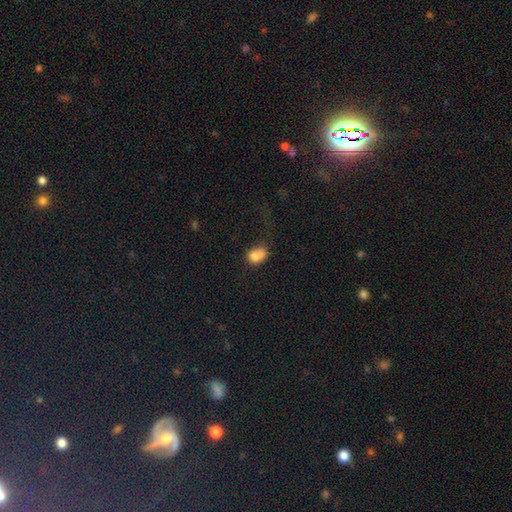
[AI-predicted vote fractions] A smooth galaxy with no disk features (79%) that is in between round and cigar-shaped (56%). Merging: none (36%).